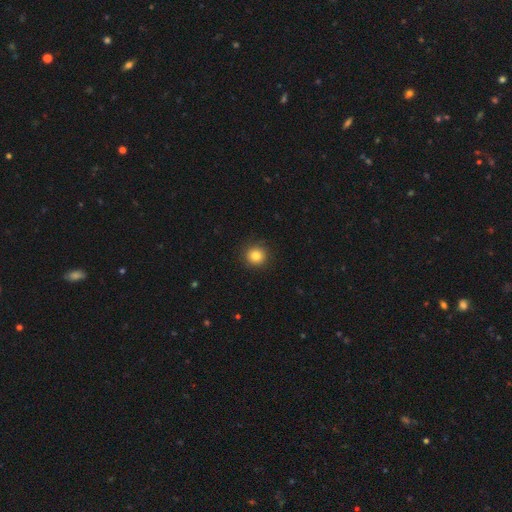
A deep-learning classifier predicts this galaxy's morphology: Overall: smooth (84%). How rounded: round (93%). Merging: none (91%).